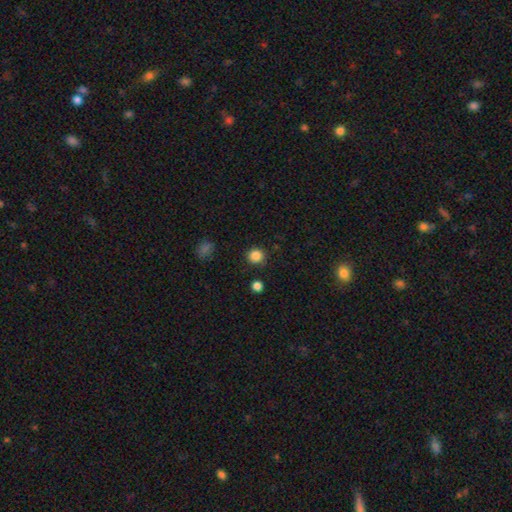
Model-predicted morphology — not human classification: This is clearly a smooth galaxy (85%). How rounded: clearly round (93%). Merging: clearly none (87%).